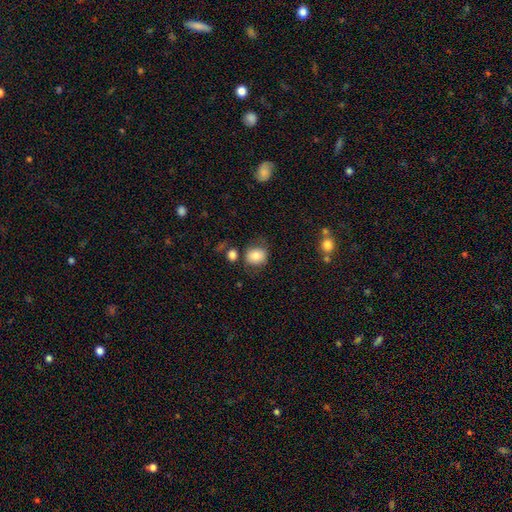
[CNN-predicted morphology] Smooth or featured? Predicted: smooth (p=0.80). How rounded? Predicted: round (p=0.72). Merging? Predicted: none (p=0.67).